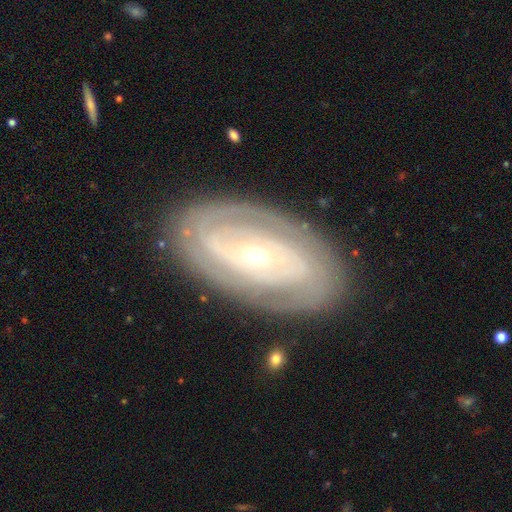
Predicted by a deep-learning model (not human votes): This is clearly a featured or disk galaxy (83%). It is clearly not viewed edge-on (94%). Bar: possibly no (59%). Spiral arm pattern: clearly yes (85%). Spiral arm count: marginally 2 (41%). Spiral winding: likely tight (74%). Central bulge: likely small (70%). Merging: clearly none (83%).